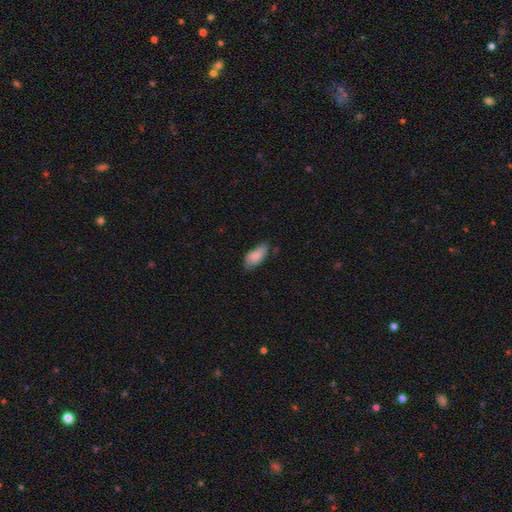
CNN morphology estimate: Smooth or featured: smooth — 83% (featured or disk — 11%)
How rounded: in between — 88% (cigar-shaped — 10%)
Merging: none — 58% (minor disturbance — 33%)